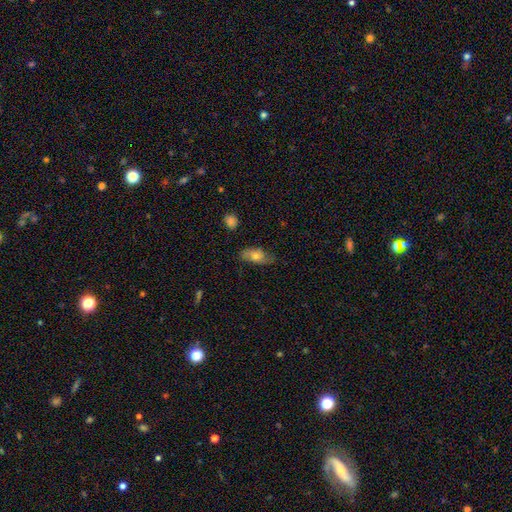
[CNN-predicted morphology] Q: Smooth or featured?
A: smooth (50%); runner-up: featured or disk (41%)
Q: Merging?
A: none (68%); runner-up: minor disturbance (24%)